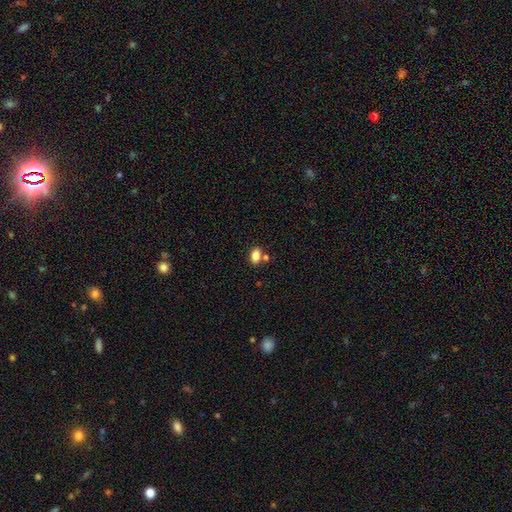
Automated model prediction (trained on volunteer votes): Smooth or featured: smooth — 84% (star or artifact — 10%)
How rounded: in between — 83% (round — 15%)
Merging: none — 65% (merger — 20%)